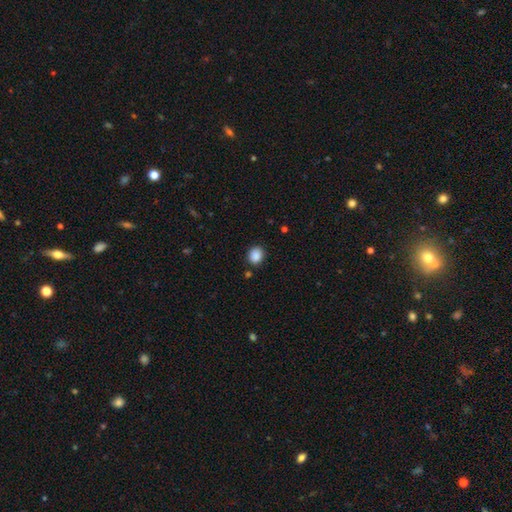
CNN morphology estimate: Smooth or featured?
  - smooth: 88% *
  - star or artifact: 9%
  - featured or disk: 3%
How rounded?
  - round: 66% *
  - in between: 33%
  - cigar-shaped: 1%
Merging?
  - none: 86% *
  - minor disturbance: 9%
  - major disturbance: 3%
  - merger: 2%